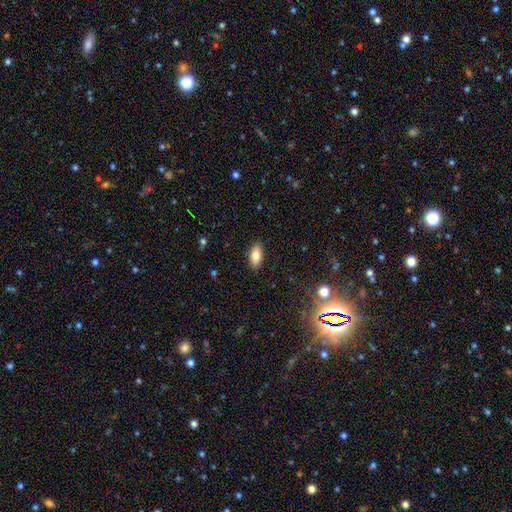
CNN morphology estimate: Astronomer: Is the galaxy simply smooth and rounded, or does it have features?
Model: smooth — 79%.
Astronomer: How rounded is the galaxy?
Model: in between — 85%.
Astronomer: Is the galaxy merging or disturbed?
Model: none — 89%.